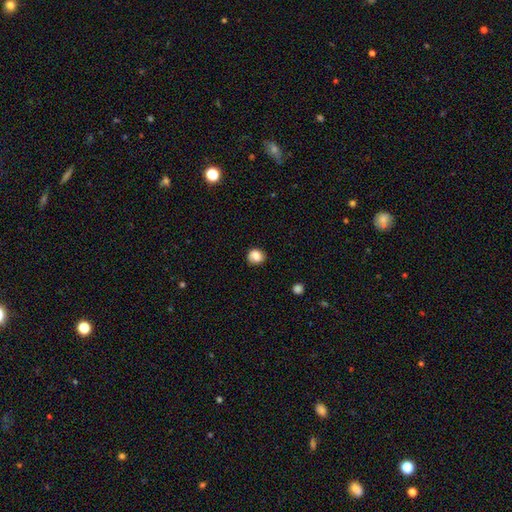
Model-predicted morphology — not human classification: Smooth or featured: smooth — 83% (star or artifact — 9%)
How rounded: round — 70% (in between — 29%)
Merging: none — 73% (minor disturbance — 20%)